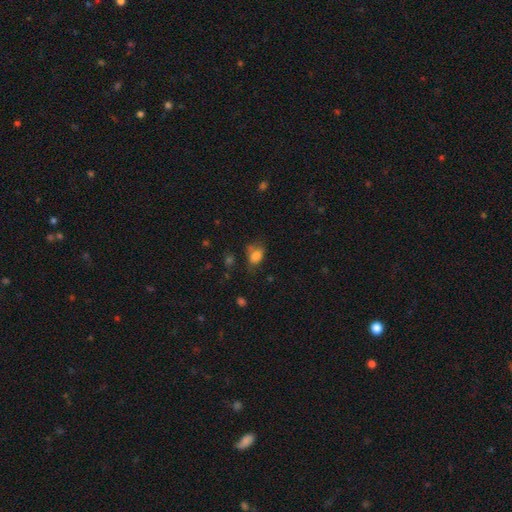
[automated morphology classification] smooth-or-featured: smooth: 79% | star or artifact: 11% | featured or disk: 9%
  how-rounded: in between: 78% | round: 20% | cigar-shaped: 2%
  merging: none: 47% | minor disturbance: 30% | major disturbance: 15% | merger: 8%